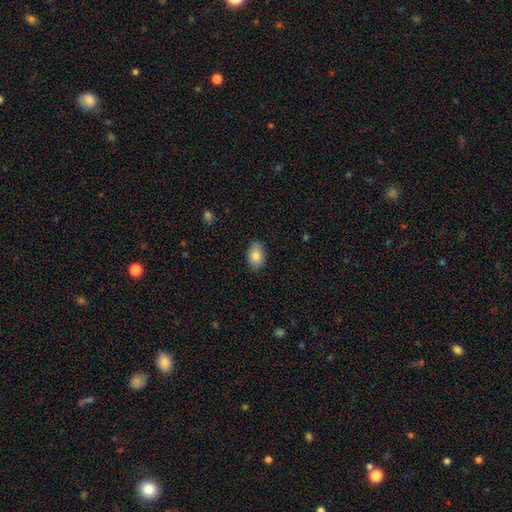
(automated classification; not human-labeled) Q: Smooth or featured?
A: smooth (84%); runner-up: featured or disk (9%)
Q: How rounded?
A: in between (87%); runner-up: round (12%)
Q: Merging?
A: none (86%); runner-up: minor disturbance (11%)